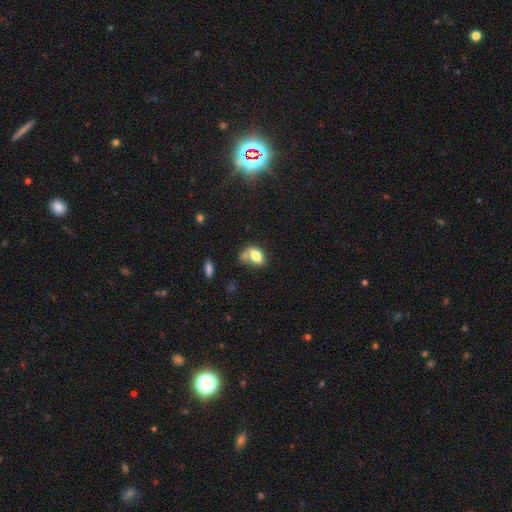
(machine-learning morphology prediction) A smooth galaxy with no disk features (76%) that is in between round and cigar-shaped (84%).

Vote fractions:
- Smooth or featured? smooth: 76% / featured or disk: 15% / star or artifact: 9%
- How rounded? in between: 84% / round: 13% / cigar-shaped: 3%
- Merging? none: 32% (tied) / merger: 32% (tied) / minor disturbance: 22% / major disturbance: 14%